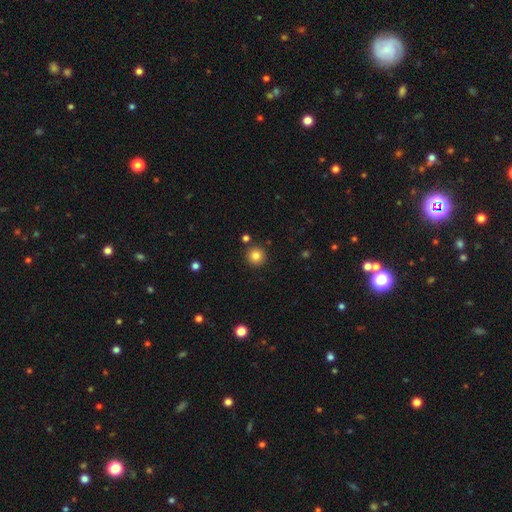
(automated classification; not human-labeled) Smooth or featured? smooth (83%)
How rounded? round (95%)
Merging? none (88%)